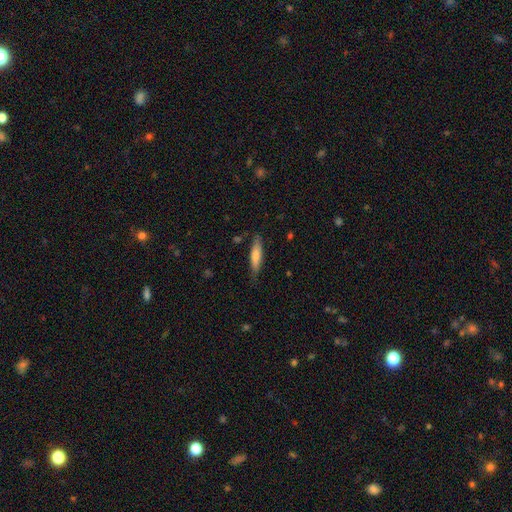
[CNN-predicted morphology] The model was most divided on "smooth or featured": smooth: 70%, featured or disk: 25%, star or artifact: 6%. More confident: merging — none (81%); how rounded — cigar-shaped (77%).